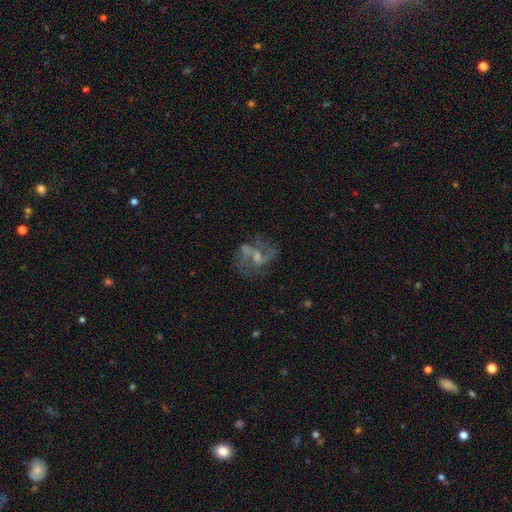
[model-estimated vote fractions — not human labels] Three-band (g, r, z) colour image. It shows a featured or disk galaxy (78%) with a weak bar (49%), 2 (72%) loose (54%) spiral arms (86%) and a small central bulge (46%). Merging: none (58%).